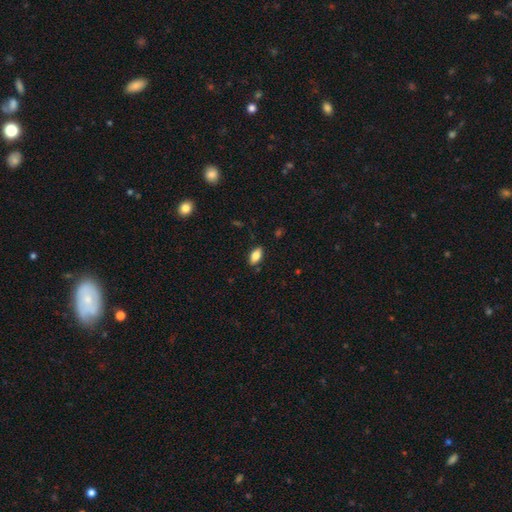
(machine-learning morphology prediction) type=smooth (82%); roundness=in between (91%); merging=none (86%).